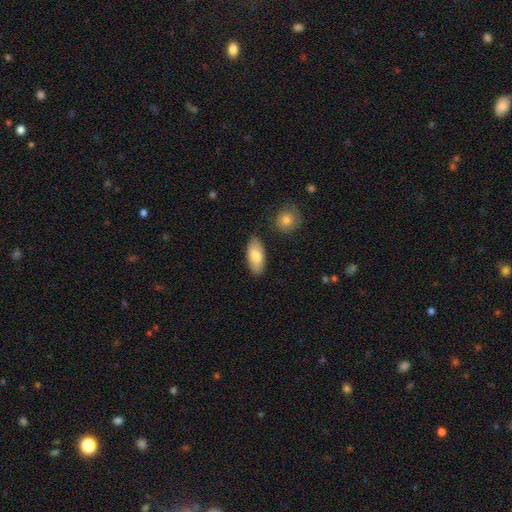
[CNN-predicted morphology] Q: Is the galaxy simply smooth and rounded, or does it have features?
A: smooth — 81%.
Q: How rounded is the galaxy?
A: in between — 89%.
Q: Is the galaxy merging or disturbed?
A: none — 82%.